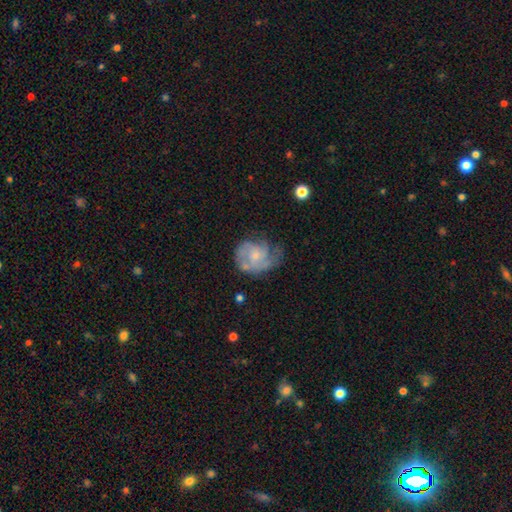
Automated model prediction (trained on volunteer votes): The model was most divided on "spiral winding": tight: 44%, medium: 39%, loose: 16%. Remaining: edge-on disk — no (98%); spiral arms — yes (86%); bar — no (73%); smooth or featured — featured or disk (70%); bulge size — small (62%); merging — none (49%); spiral arm count — can't tell (32%).